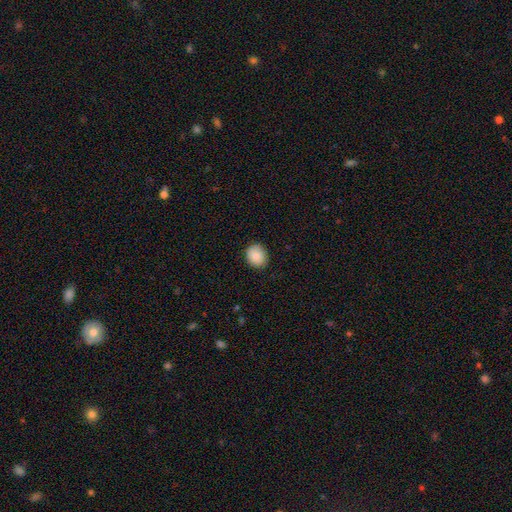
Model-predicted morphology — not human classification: A smooth galaxy with no disk features (88%) that is round (63%).

Vote fractions:
- Smooth or featured? smooth: 88% / star or artifact: 7% / featured or disk: 5%
- How rounded? round: 63% / in between: 36% / cigar-shaped: 1%
- Merging? none: 87% / minor disturbance: 10% / major disturbance: 2% / merger: 1%